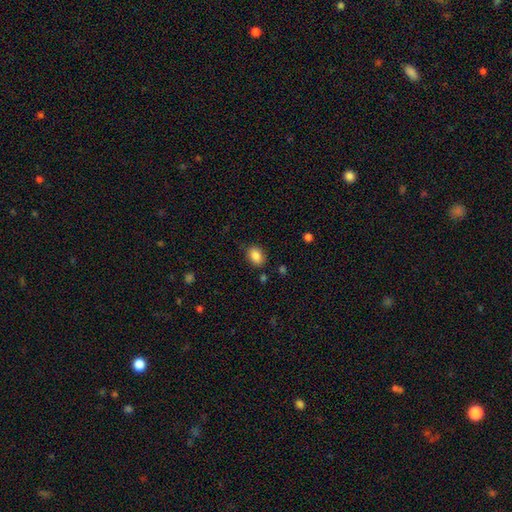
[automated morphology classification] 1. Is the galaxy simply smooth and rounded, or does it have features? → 86% smooth, 9% star or artifact, 5% featured or disk.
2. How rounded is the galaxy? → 68% in between, 31% round, 1% cigar-shaped.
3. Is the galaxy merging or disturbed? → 78% none, 16% minor disturbance, 4% major disturbance, 2% merger.